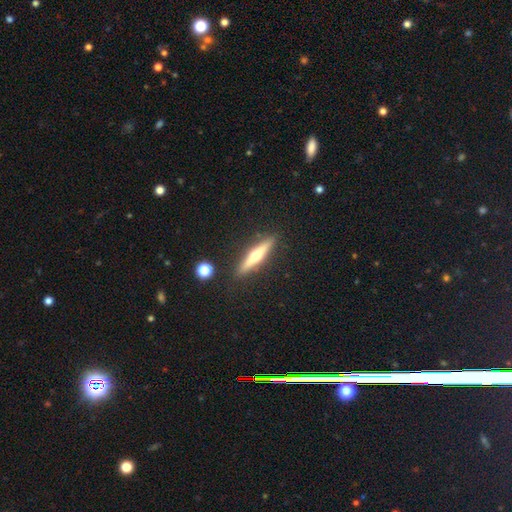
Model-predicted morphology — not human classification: A featured or disk galaxy (59%) viewed edge-on (96%) with a rounded central bulge (89%).

Vote fractions:
- Smooth or featured? featured or disk: 59% / smooth: 35% / star or artifact: 6%
- Edge-on disk? yes: 96% / no: 4%
- Edge-on bulge? rounded: 89% / none: 7% / boxy: 4%
- Merging? none: 89% / minor disturbance: 8% / merger: 2% / major disturbance: 2%